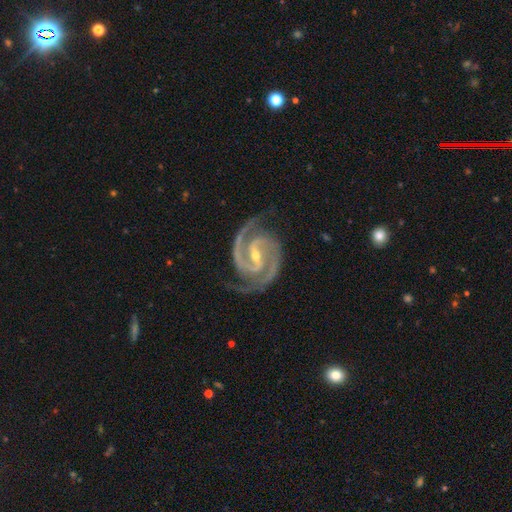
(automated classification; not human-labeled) smooth-or-featured: featured or disk: 95% | star or artifact: 3% | smooth: 2%
  disk-edge-on: no: 98% | yes: 2%
    bar: strong: 51% | weak: 37% | no: 13%
    has-spiral-arms: yes: 99% | no: 1%
      spiral-winding: medium: 50% | tight: 45% | loose: 6%
      spiral-arm-count: 2: 89% | 3: 6% | can't tell: 2% | 4: 1% | 1: 1% | more than 4: 1%
    bulge-size: small: 62% | moderate: 36% | none: 1% | large: 1% | dominant: 1%
  merging: none: 80% | minor disturbance: 15% | major disturbance: 4% | merger: 1%